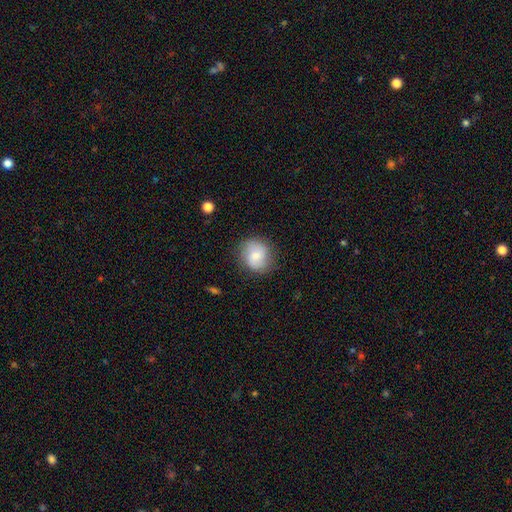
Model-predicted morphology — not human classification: Smooth or featured? smooth (60%)
How rounded? round (83%)
Merging? none (80%)